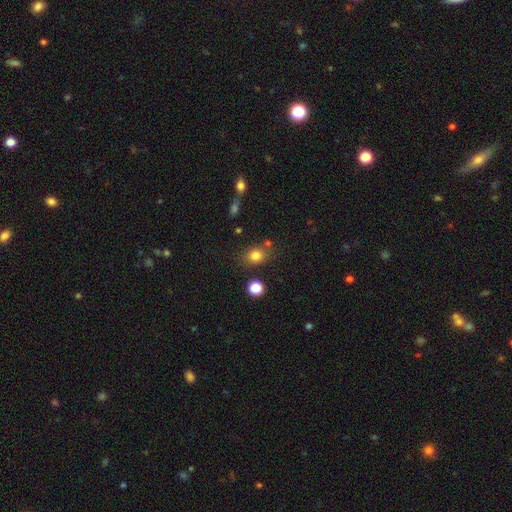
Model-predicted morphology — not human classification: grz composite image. It shows a smooth galaxy with no disk features (80%) that is round (59%). Merging: none (74%).